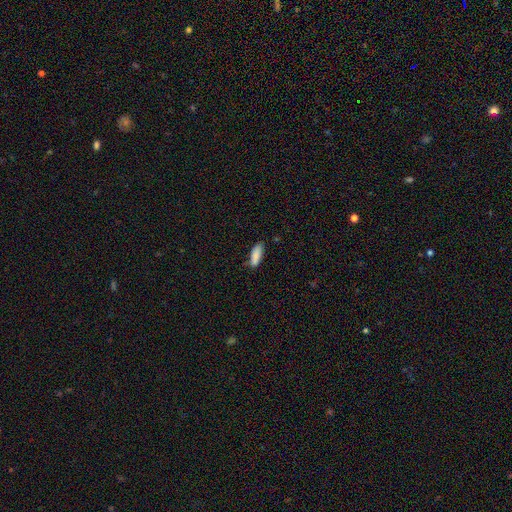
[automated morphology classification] smooth-or-featured: smooth: 87% | star or artifact: 7% | featured or disk: 7%
  how-rounded: in between: 57% | cigar-shaped: 41% | round: 2%
  merging: none: 72% | minor disturbance: 21% | major disturbance: 4% | merger: 3%